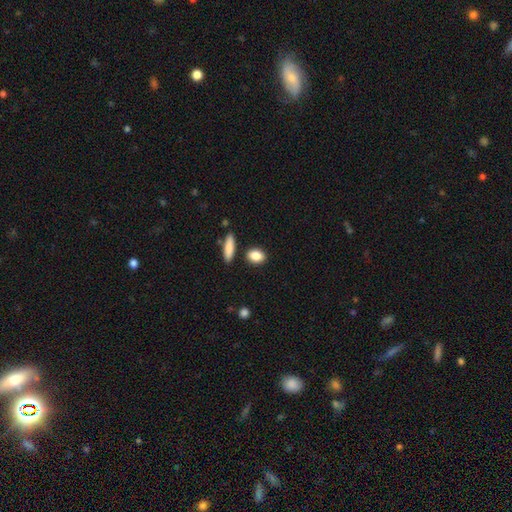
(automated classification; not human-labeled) smooth-or-featured: smooth: 87% | star or artifact: 7% | featured or disk: 6%
  how-rounded: in between: 64% | round: 30% | cigar-shaped: 6%
  merging: none: 83% | minor disturbance: 9% | merger: 5% | major disturbance: 2%